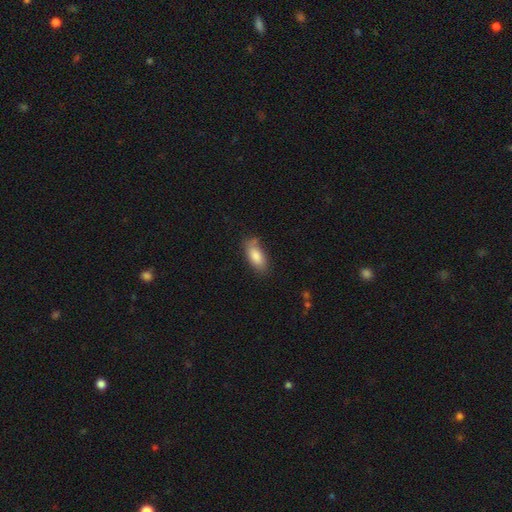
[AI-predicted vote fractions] Morphology: type=smooth (82%); roundness=in between (84%); merging=none (69%).